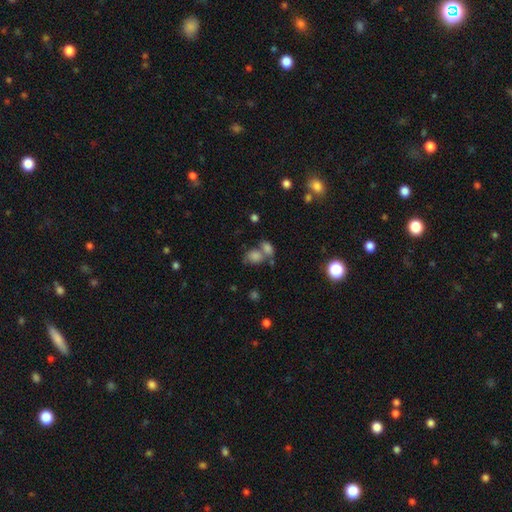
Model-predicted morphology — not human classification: smooth 67%, star or artifact 21%, featured or disk 13%. Down the decision tree: how rounded — in between (52%); merging — none (42%, tied with merger).